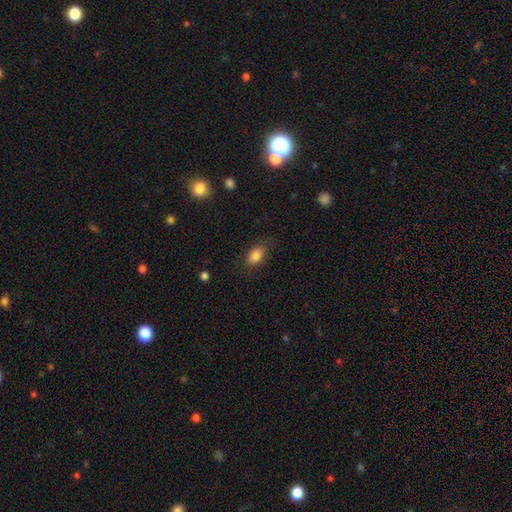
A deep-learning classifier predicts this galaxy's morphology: smooth_or_featured: smooth (p=0.84) [alt: star or artifact p=0.09]
how_rounded: in between (p=0.86) [alt: round p=0.11]
merging: none (p=0.79) [alt: minor disturbance p=0.16]